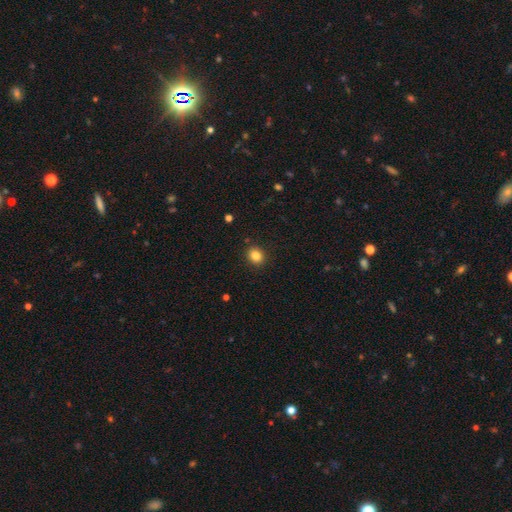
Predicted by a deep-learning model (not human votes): smooth 85%, star or artifact 11%, featured or disk 5%. Down the decision tree: how rounded — round (62%); merging — none (88%).